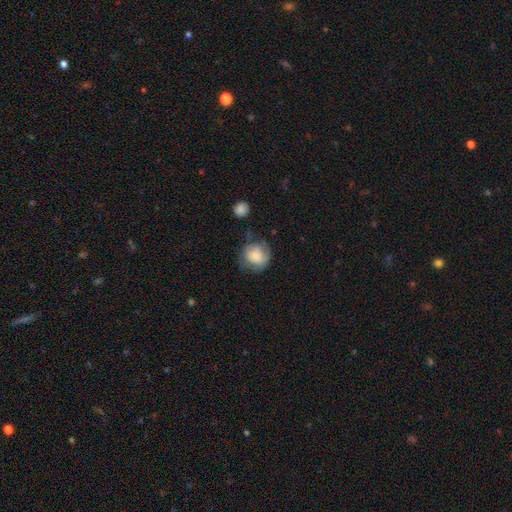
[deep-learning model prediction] Q: Smooth or featured?
A: smooth (68%); runner-up: featured or disk (24%)
Q: How rounded?
A: round (82%); runner-up: in between (17%)
Q: Merging?
A: none (55%); runner-up: minor disturbance (27%)